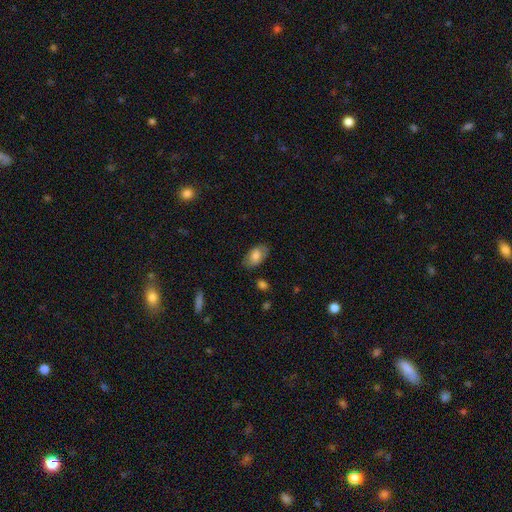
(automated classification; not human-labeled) Overall: smooth (76%). How rounded: in between (93%). Merging: none (78%).